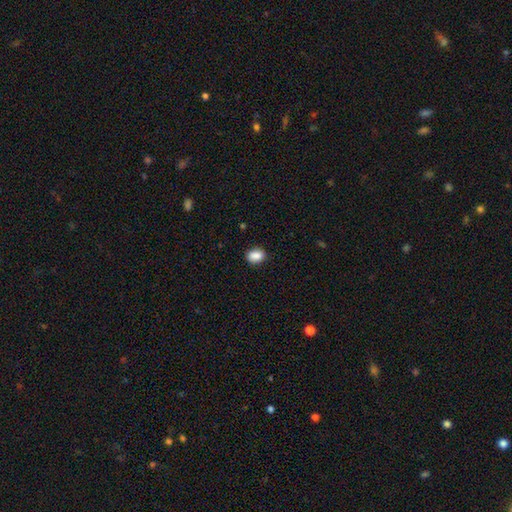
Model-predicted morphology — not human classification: This appears to be a smooth galaxy with no disk features (87%) that is in between round and cigar-shaped (68%). Merging: none (84%).